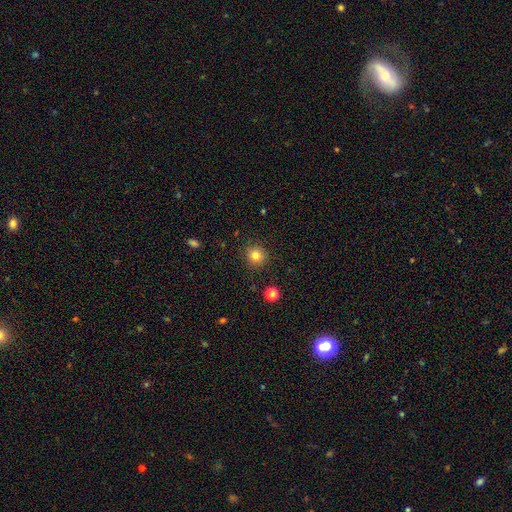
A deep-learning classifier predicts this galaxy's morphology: Smooth or featured?
  - smooth: 81% *
  - star or artifact: 13%
  - featured or disk: 7%
How rounded?
  - round: 92% *
  - in between: 7%
  - cigar-shaped: 1%
Merging?
  - none: 90% *
  - minor disturbance: 7%
  - major disturbance: 2%
  - merger: 1%